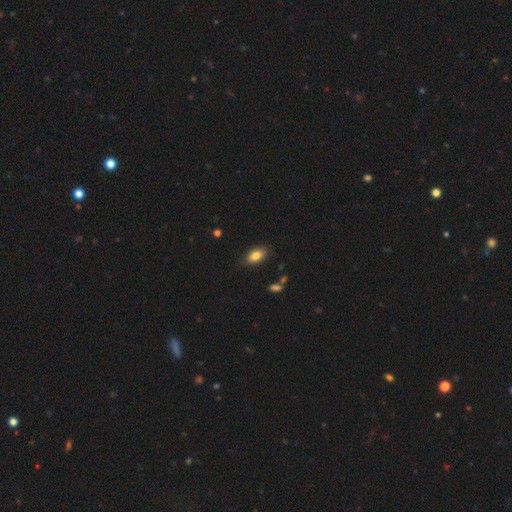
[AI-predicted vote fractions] Smooth or featured? Predicted: smooth (p=0.84). How rounded? Predicted: in between (p=0.90). Merging? Predicted: none (p=0.83).